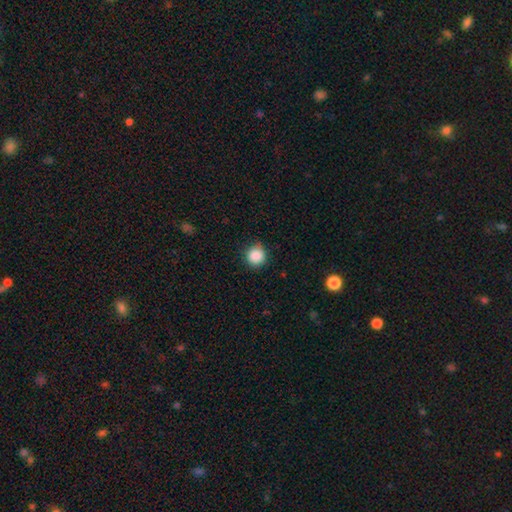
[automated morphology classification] smooth-or-featured: smooth: 88% | star or artifact: 9% | featured or disk: 3%
  how-rounded: round: 93% | in between: 6% | cigar-shaped: 1%
  merging: none: 87% | minor disturbance: 10% | major disturbance: 2% | merger: 1%